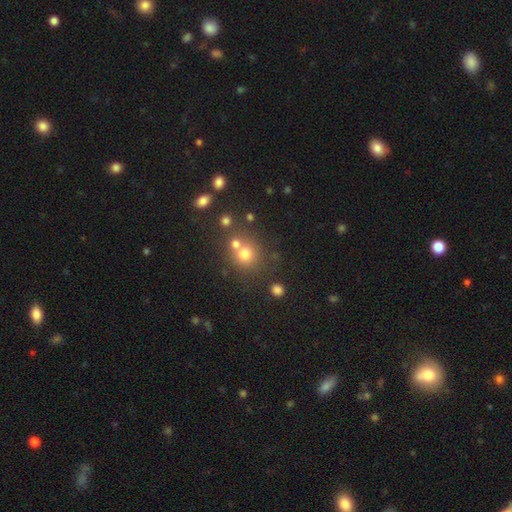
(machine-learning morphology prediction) Smooth or featured: smooth — 52% (star or artifact — 38%)
How rounded: round — 82% (in between — 16%)
Merging: none — 68% (merger — 19%)